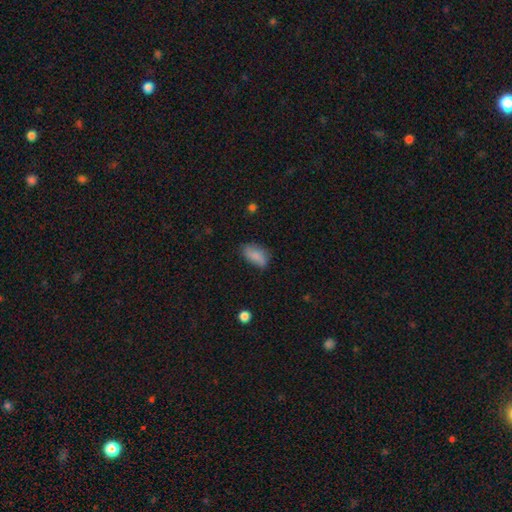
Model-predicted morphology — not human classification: type=smooth (82%); roundness=in between (90%); merging=none (64%).